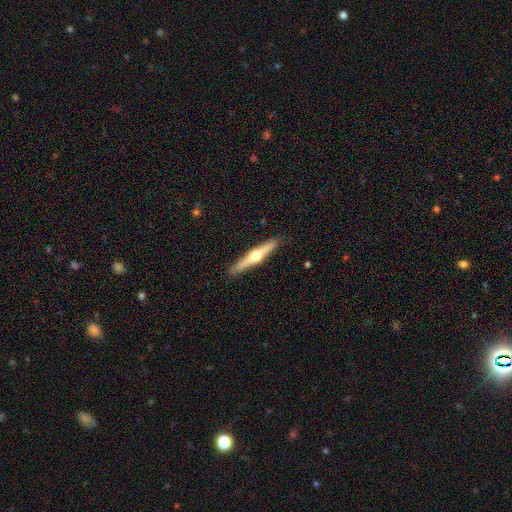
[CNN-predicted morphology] This appears to be a featured or disk galaxy (71%) viewed edge-on (98%) with a rounded central bulge (95%). Merging: none (91%).